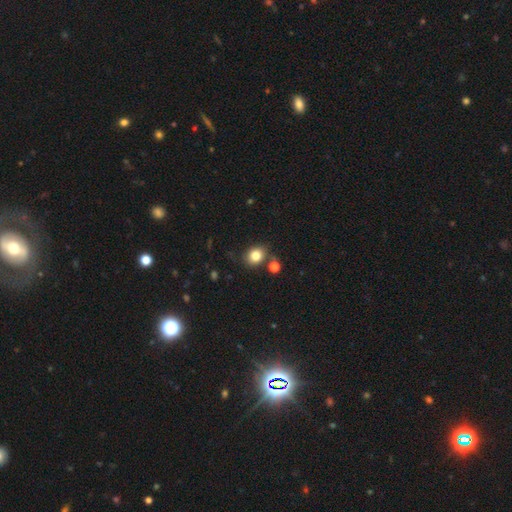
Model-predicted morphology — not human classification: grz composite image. It shows a smooth galaxy with no disk features (82%) that is round (61%). Merging: none (75%).